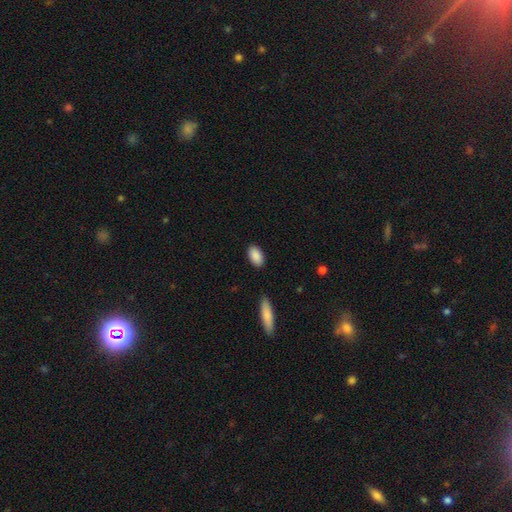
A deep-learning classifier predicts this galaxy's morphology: A smooth galaxy with no disk features (89%) that is in between round and cigar-shaped (93%).

Vote fractions:
- Smooth or featured? smooth: 89% / star or artifact: 6% / featured or disk: 4%
- How rounded? in between: 93% / round: 4% / cigar-shaped: 2%
- Merging? none: 87% / minor disturbance: 9% / major disturbance: 2% / merger: 2%